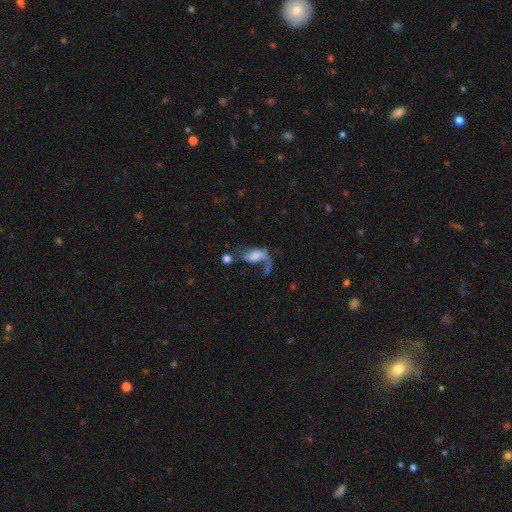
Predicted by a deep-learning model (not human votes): featured or disk 54%, smooth 36%, star or artifact 10%. Down the decision tree: edge-on disk — no (94%); bar — no (63%); spiral arms — yes (75%); bulge size — none (38%); merging — major disturbance (43%).